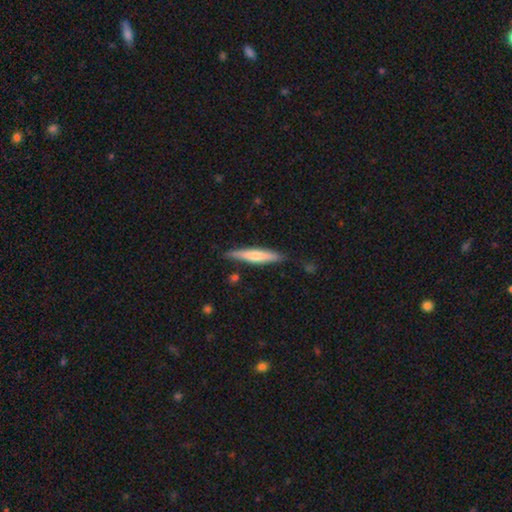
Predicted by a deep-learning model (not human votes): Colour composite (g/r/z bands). It shows a smooth galaxy with no disk features (60%) that is cigar-shaped (90%). Merging: none (84%).